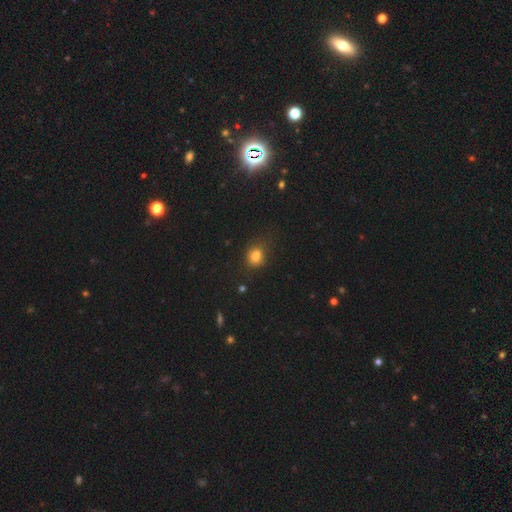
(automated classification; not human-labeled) Q: Smooth or featured?
A: smooth (79%); runner-up: star or artifact (14%)
Q: How rounded?
A: round (52%); runner-up: in between (47%)
Q: Merging?
A: none (61%); runner-up: minor disturbance (24%)